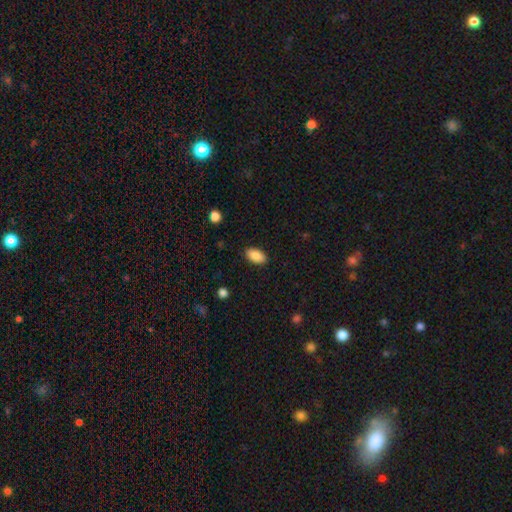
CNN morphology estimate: type=smooth (90%); roundness=in between (94%); merging=none (88%).